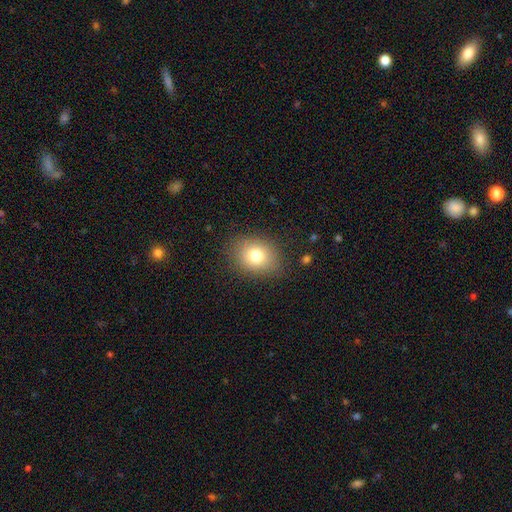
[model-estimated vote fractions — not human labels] Smooth or featured? Predicted: smooth (p=0.77). How rounded? Predicted: in between (p=0.52). Merging? Predicted: none (p=0.83).